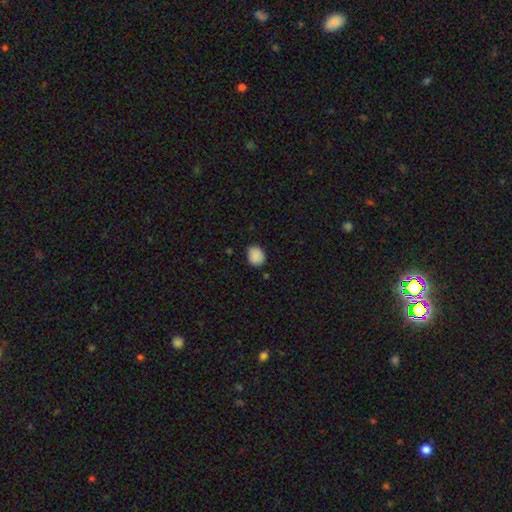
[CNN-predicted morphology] Smooth or featured? smooth (88%)
How rounded? in between (50%)
Merging? none (79%)